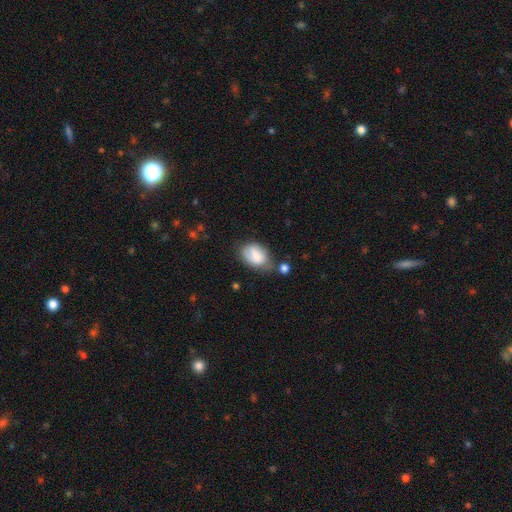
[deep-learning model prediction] This is likely a smooth galaxy (76%). How rounded: clearly in between (86%). Merging: possibly none (49%).